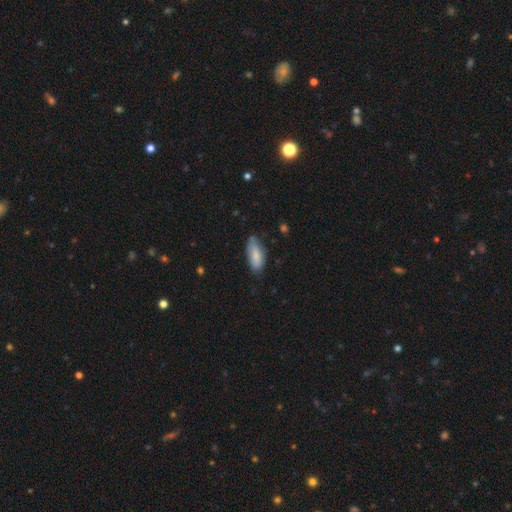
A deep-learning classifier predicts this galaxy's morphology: smooth-or-featured: smooth: 81% | featured or disk: 13% | star or artifact: 6%
  how-rounded: in between: 82% | cigar-shaped: 16% | round: 2%
  merging: none: 66% | minor disturbance: 28% | major disturbance: 5% | merger: 2%